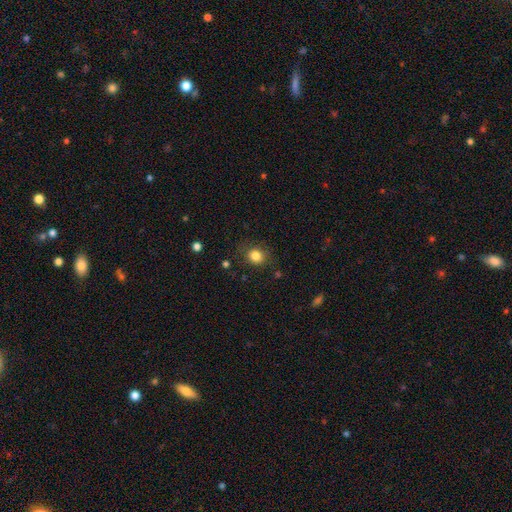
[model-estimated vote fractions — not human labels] smooth 83%, star or artifact 11%, featured or disk 6%. Down the decision tree: how rounded — round (70%); merging — none (80%).